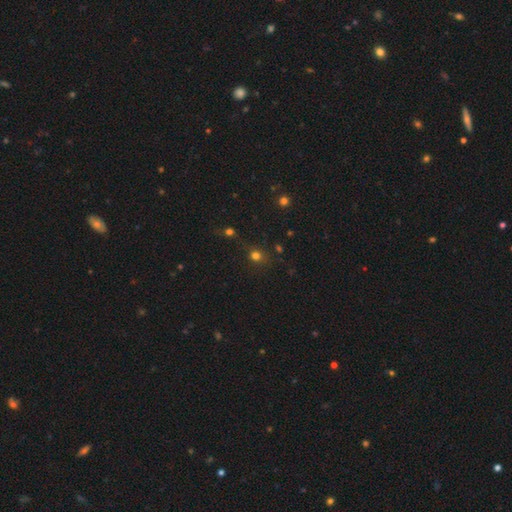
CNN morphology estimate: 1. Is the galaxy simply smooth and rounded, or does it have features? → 70% smooth, 23% star or artifact, 6% featured or disk.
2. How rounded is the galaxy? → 83% round, 16% in between, 1% cigar-shaped.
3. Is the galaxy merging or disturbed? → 70% none, 13% minor disturbance, 10% merger, 7% major disturbance.